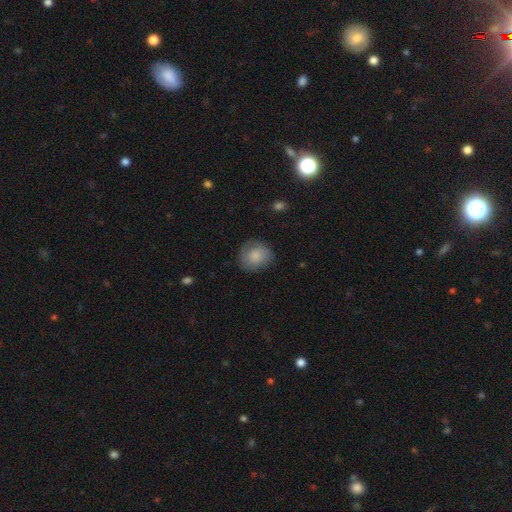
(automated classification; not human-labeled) Smooth or featured?
  - smooth: 71% *
  - featured or disk: 22%
  - star or artifact: 7%
How rounded?
  - round: 79% *
  - in between: 20%
  - cigar-shaped: 1%
Merging?
  - none: 74% *
  - minor disturbance: 19%
  - major disturbance: 6%
  - merger: 1%